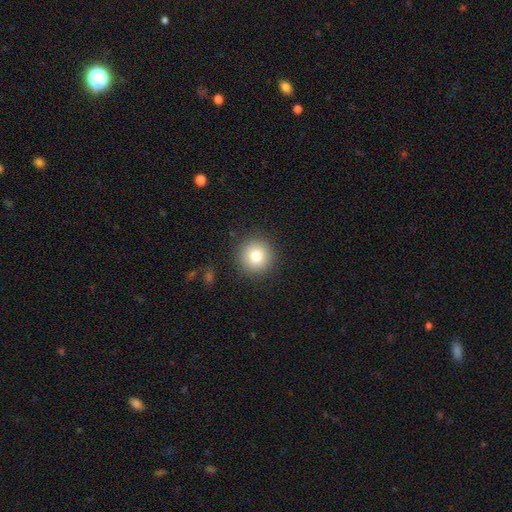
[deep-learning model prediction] This is clearly a smooth galaxy (80%). How rounded: clearly round (94%). Merging: clearly none (90%).